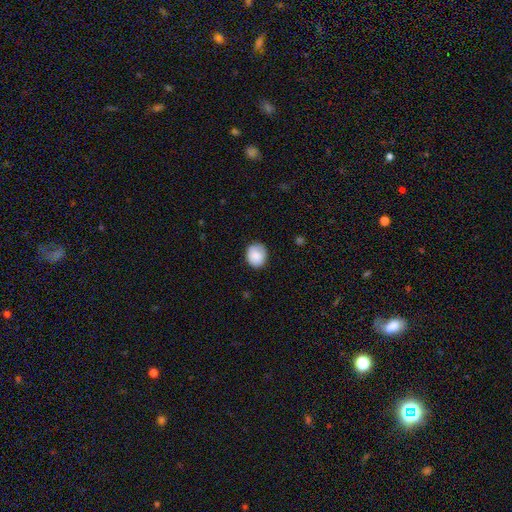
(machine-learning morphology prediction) The model was most divided on "how rounded": round: 74%, in between: 25%, cigar-shaped: 1%. More confident: smooth or featured — smooth (85%); merging — none (80%).